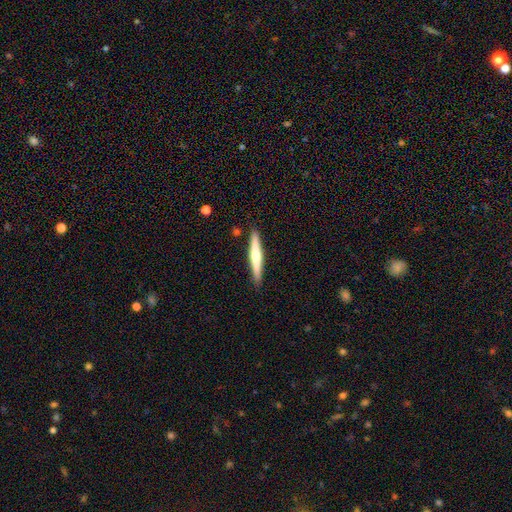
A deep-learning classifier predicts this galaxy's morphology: The model was most divided on "smooth or featured": featured or disk: 55%, smooth: 40%, star or artifact: 5%. More confident: edge-on disk — yes (97%); merging — none (90%); edge-on bulge — rounded (83%).